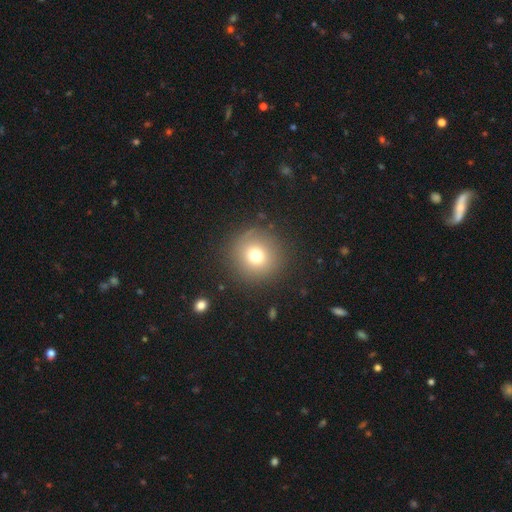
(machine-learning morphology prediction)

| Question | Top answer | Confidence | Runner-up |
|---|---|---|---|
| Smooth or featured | smooth | 72% | star or artifact (15%) |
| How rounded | round | 95% | in between (4%) |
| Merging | none | 89% | minor disturbance (7%) |